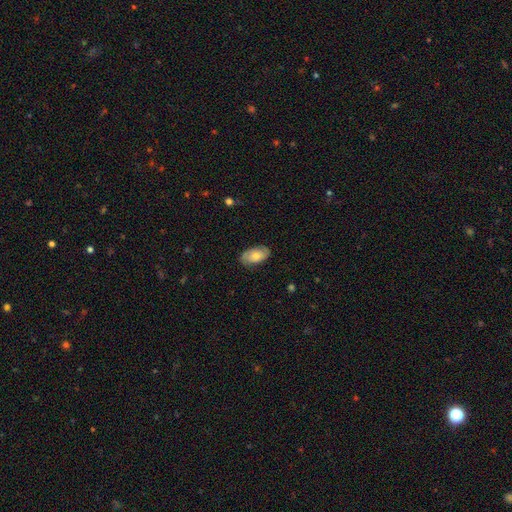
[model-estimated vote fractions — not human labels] Smooth or featured?
  - smooth: 58% *
  - featured or disk: 35%
  - star or artifact: 7%
How rounded?
  - in between: 93% *
  - round: 5%
  - cigar-shaped: 2%
Merging?
  - none: 82% *
  - minor disturbance: 15%
  - major disturbance: 3%
  - merger: 1%